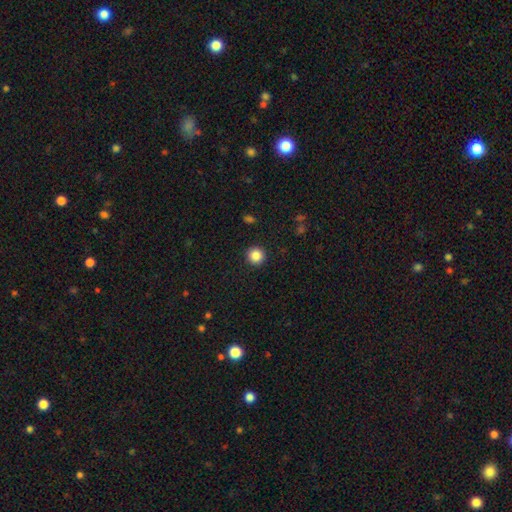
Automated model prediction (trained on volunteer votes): Smooth or featured?
  - smooth: 86% *
  - star or artifact: 10%
  - featured or disk: 3%
How rounded?
  - round: 95% *
  - in between: 4%
  - cigar-shaped: 1%
Merging?
  - none: 93% *
  - minor disturbance: 5%
  - major disturbance: 2%
  - merger: 1%